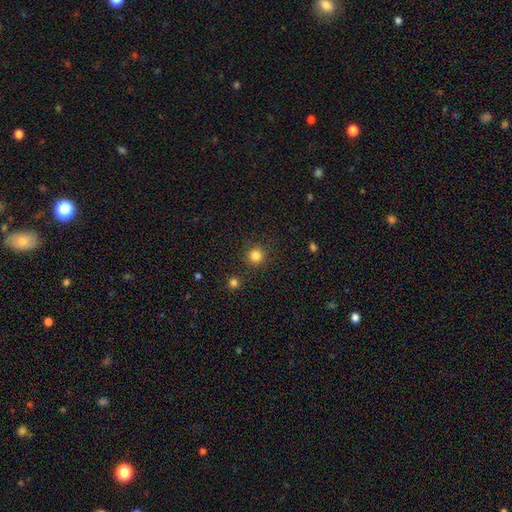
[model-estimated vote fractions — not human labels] Q: Smooth or featured?
A: smooth (82%); runner-up: star or artifact (13%)
Q: How rounded?
A: round (94%); runner-up: in between (5%)
Q: Merging?
A: none (88%); runner-up: minor disturbance (6%)